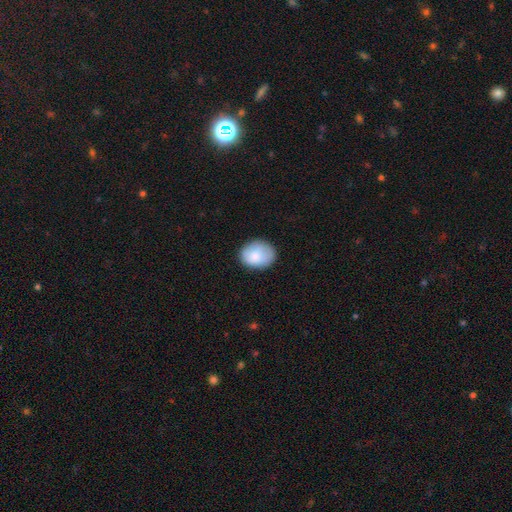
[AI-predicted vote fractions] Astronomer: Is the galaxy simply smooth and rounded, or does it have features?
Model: smooth — 84%.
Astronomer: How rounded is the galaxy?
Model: round — 50% (runner-up: in between, 49%).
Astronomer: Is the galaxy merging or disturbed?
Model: none — 78%.